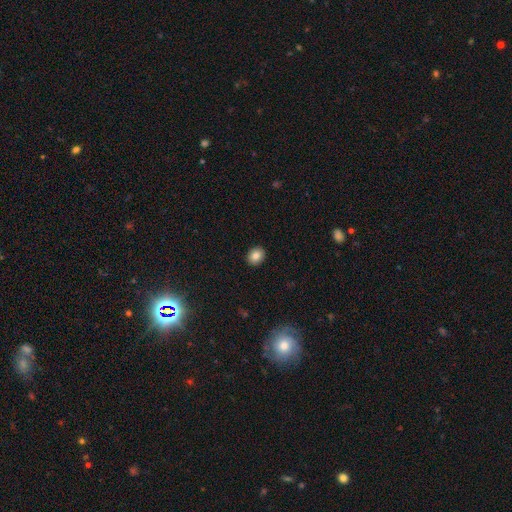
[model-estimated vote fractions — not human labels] This appears to be a smooth galaxy with no disk features (84%) that is round (57%). Merging: none (91%).